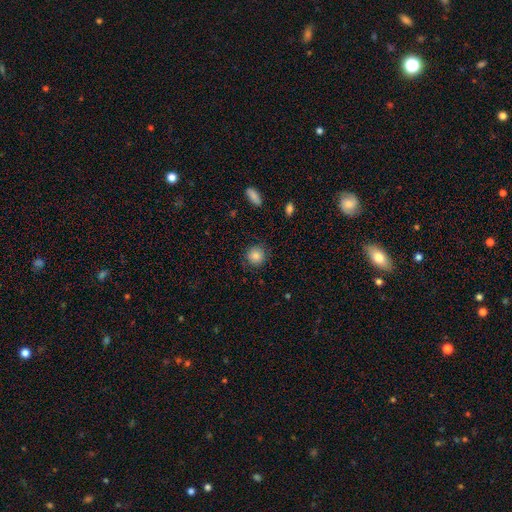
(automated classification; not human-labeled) smooth 83%, star or artifact 10%, featured or disk 7%. Down the decision tree: how rounded — round (92%); merging — none (85%).